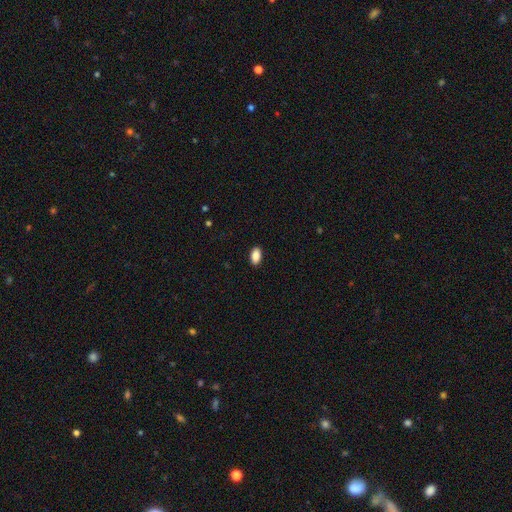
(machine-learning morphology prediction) Q: Smooth or featured?
A: smooth (89%); runner-up: star or artifact (7%)
Q: How rounded?
A: in between (92%); runner-up: round (5%)
Q: Merging?
A: none (90%); runner-up: minor disturbance (7%)